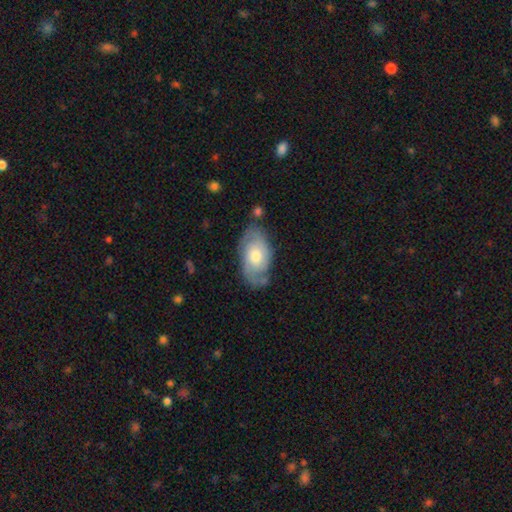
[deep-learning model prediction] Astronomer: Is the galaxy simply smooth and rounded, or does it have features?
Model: featured or disk — 65%.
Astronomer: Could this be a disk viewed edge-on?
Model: no — 94%.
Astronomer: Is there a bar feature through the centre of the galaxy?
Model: no — 74%.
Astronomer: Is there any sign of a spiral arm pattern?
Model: yes — 85%.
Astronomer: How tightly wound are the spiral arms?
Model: tight — 47% (runner-up: medium, 37%).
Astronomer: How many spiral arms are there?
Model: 2 — 63%.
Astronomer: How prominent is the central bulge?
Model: moderate — 67%.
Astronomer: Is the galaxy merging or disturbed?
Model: none — 68%.